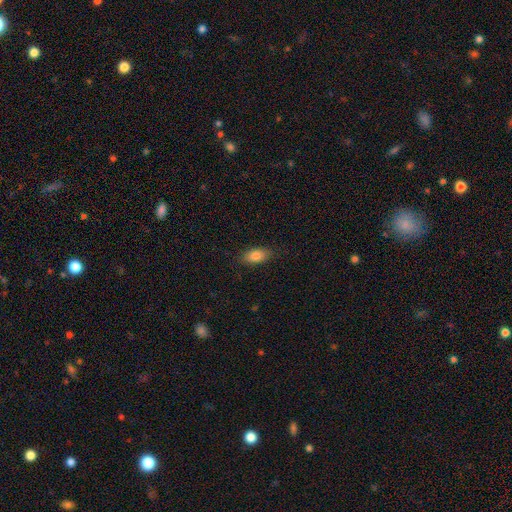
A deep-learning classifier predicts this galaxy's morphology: This appears to be a smooth galaxy with no disk features (84%) that is in between round and cigar-shaped (88%). Merging: none (84%).